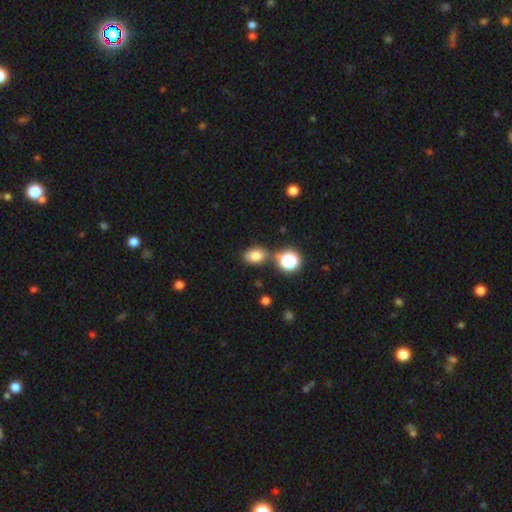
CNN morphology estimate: Smooth or featured? Predicted: smooth (p=0.78). How rounded? Predicted: in between (p=0.74). Merging? Predicted: none (p=0.72).